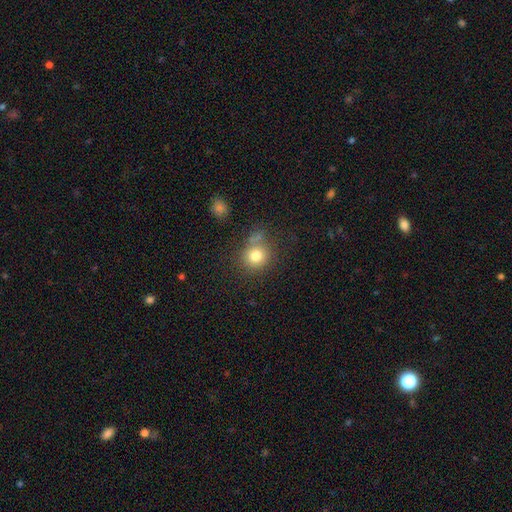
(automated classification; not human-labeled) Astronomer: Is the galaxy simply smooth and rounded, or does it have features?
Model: smooth — 79%.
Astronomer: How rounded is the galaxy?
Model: round — 84%.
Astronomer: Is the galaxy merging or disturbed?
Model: none — 64%.